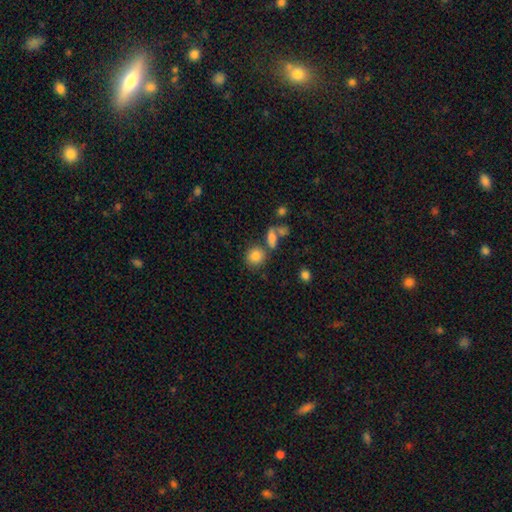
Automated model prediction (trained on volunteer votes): The model was most divided on "merging": none: 69%, merger: 16%, minor disturbance: 11%, major disturbance: 4%. More confident: how rounded — round (83%); smooth or featured — smooth (83%).